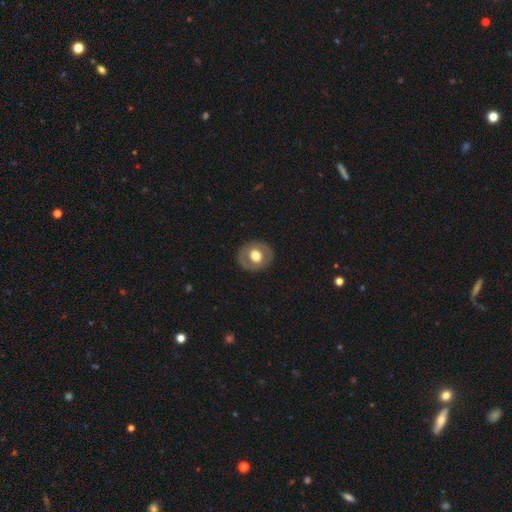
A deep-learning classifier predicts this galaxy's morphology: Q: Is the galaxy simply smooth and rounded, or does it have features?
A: smooth — 50%.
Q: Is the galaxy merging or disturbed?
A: none — 86%.